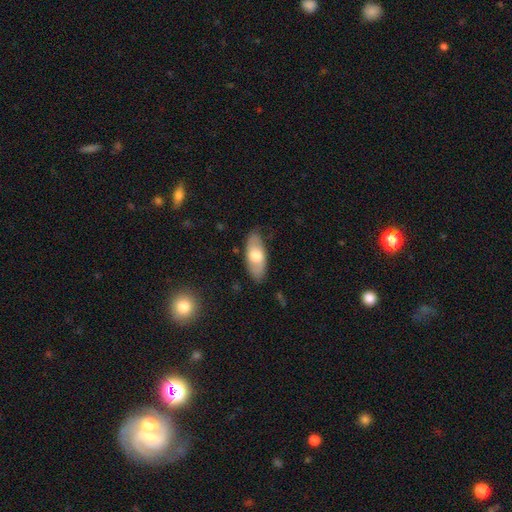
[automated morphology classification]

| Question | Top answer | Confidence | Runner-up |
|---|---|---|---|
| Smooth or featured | smooth | 64% | featured or disk (31%) |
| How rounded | in between | 85% | cigar-shaped (13%) |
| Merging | none | 81% | minor disturbance (15%) |